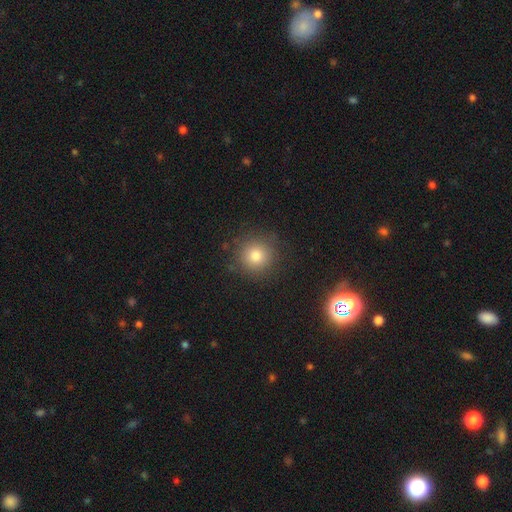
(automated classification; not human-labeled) Smooth or featured?
  - smooth: 79% *
  - star or artifact: 13%
  - featured or disk: 8%
How rounded?
  - round: 93% *
  - in between: 6%
  - cigar-shaped: 1%
Merging?
  - none: 87% *
  - minor disturbance: 8%
  - major disturbance: 3%
  - merger: 2%